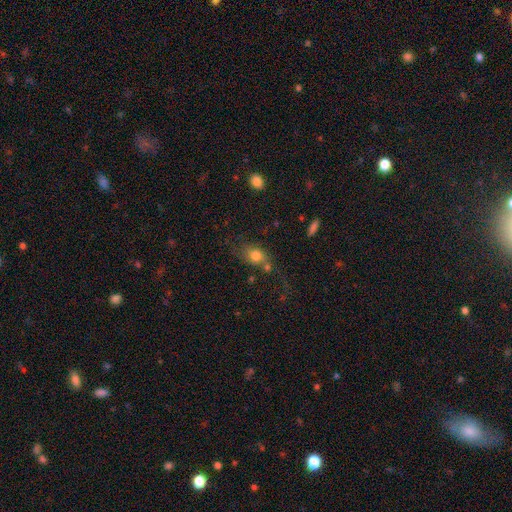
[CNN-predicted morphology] A smooth galaxy with no disk features (74%) that is in between round and cigar-shaped (52%).

Vote fractions:
- Smooth or featured? smooth: 74% / featured or disk: 14% / star or artifact: 12%
- How rounded? in between: 52% / round: 45% / cigar-shaped: 3%
- Merging? none: 47% / merger: 21% / minor disturbance: 18% / major disturbance: 14%